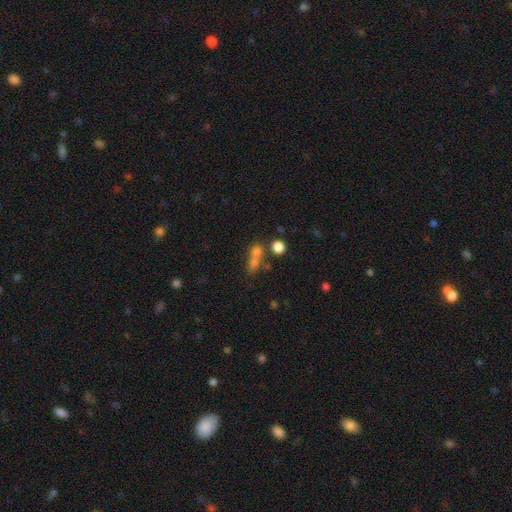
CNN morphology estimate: smooth 67%, star or artifact 18%, featured or disk 15%. Down the decision tree: how rounded — round (63%); merging — merger (53%).